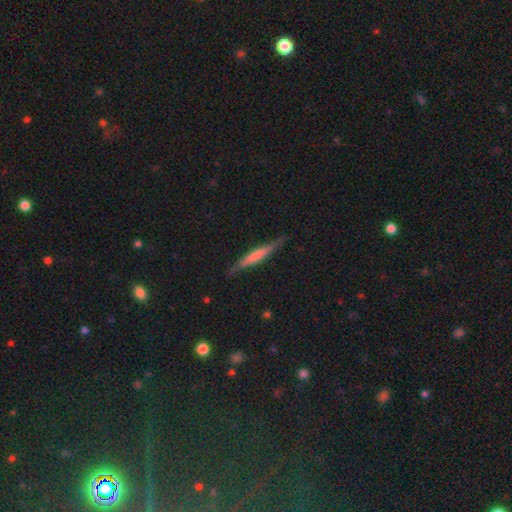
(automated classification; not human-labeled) This is possibly a featured or disk galaxy (50%). Merging: clearly none (85%).